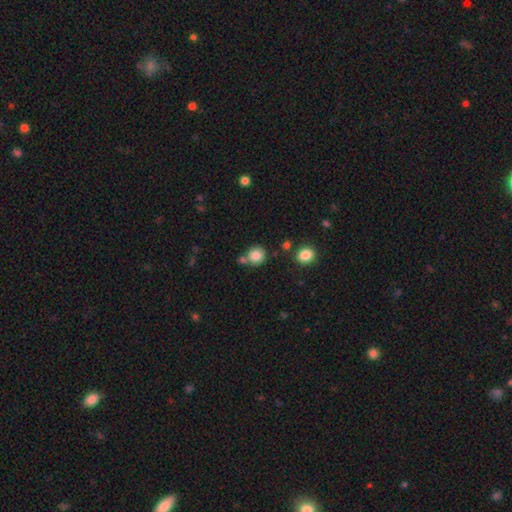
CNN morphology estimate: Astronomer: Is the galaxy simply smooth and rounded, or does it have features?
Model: smooth — 84%.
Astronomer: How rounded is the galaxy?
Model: round — 88%.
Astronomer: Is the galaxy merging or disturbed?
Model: none — 68%.